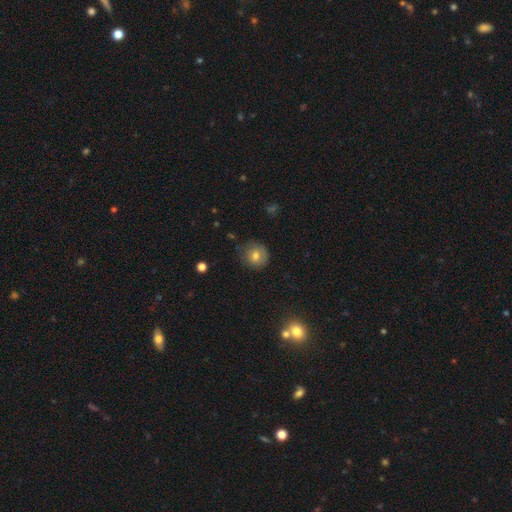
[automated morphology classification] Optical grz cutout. It shows a smooth galaxy with no disk features (75%) that is round (91%). Merging: none (78%).